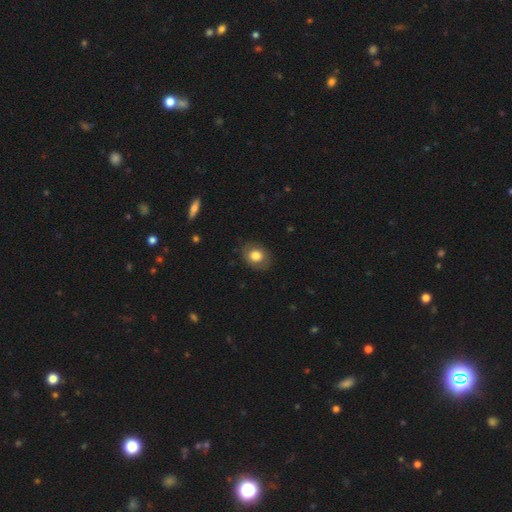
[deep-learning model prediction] A smooth galaxy with no disk features (76%) that is round (53%). Merging: none (82%).